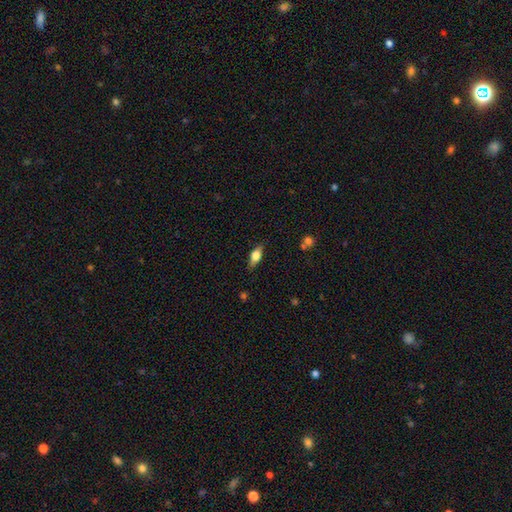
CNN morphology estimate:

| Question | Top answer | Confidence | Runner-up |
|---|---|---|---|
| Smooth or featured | smooth | 66% | featured or disk (27%) |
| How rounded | in between | 78% | cigar-shaped (18%) |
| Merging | none | 83% | minor disturbance (13%) |